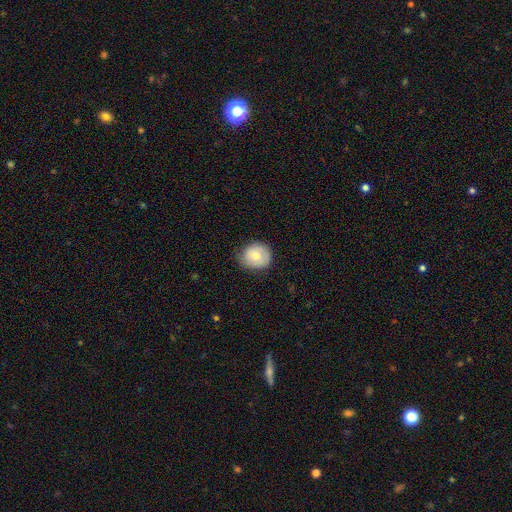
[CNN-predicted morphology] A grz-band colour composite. It shows a smooth galaxy with no disk features (72%) that is round (78%). Merging: none (73%).